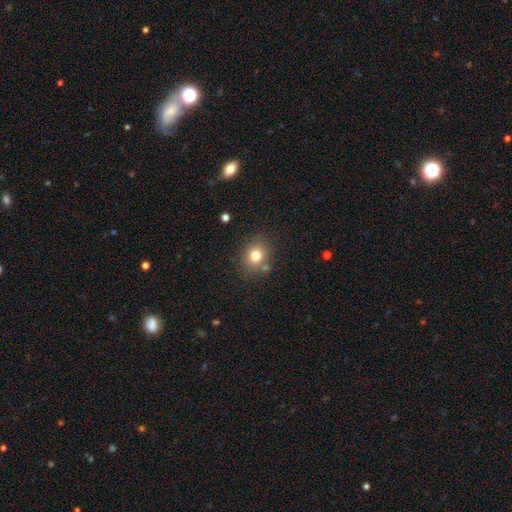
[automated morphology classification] A smooth galaxy with no disk features (77%) that is round (64%).

Vote fractions:
- Smooth or featured? smooth: 77% / star or artifact: 13% / featured or disk: 10%
- How rounded? round: 64% / in between: 35% / cigar-shaped: 1%
- Merging? none: 76% / minor disturbance: 11% / merger: 9% / major disturbance: 4%